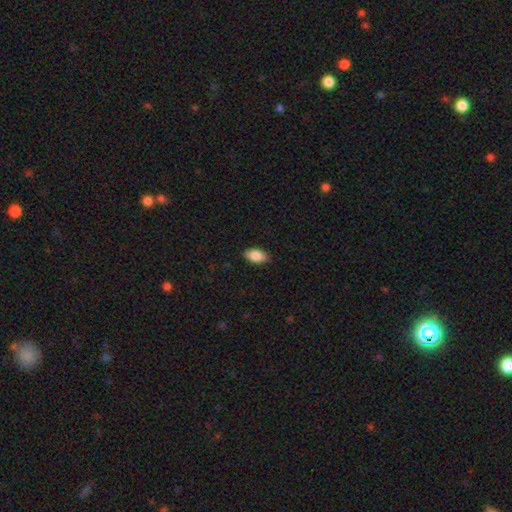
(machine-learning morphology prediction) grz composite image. It shows a smooth galaxy with no disk features (87%) that is in between round and cigar-shaped (93%). Merging: none (87%).